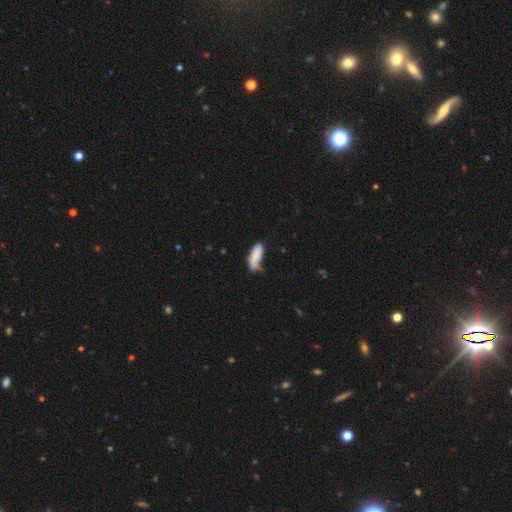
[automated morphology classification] Q: Smooth or featured?
A: smooth (83%); runner-up: featured or disk (11%)
Q: How rounded?
A: in between (71%); runner-up: cigar-shaped (27%)
Q: Merging?
A: none (43%); runner-up: minor disturbance (34%)